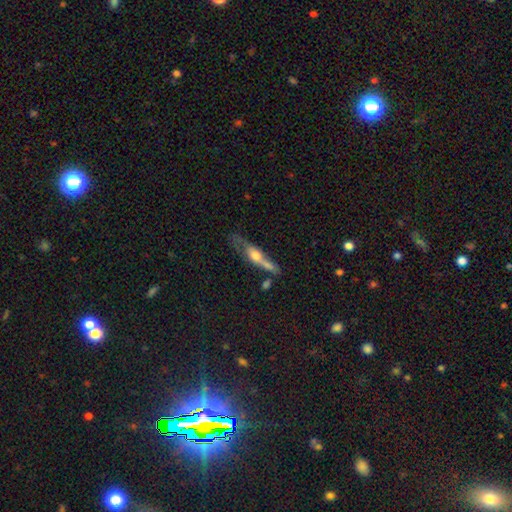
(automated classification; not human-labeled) A featured or disk galaxy (59%) viewed edge-on (78%).

Vote fractions:
- Smooth or featured? featured or disk: 59% / smooth: 32% / star or artifact: 10%
- Edge-on disk? yes: 78% / no: 22%
- Merging? none: 45% / minor disturbance: 22% / merger: 18% / major disturbance: 15%